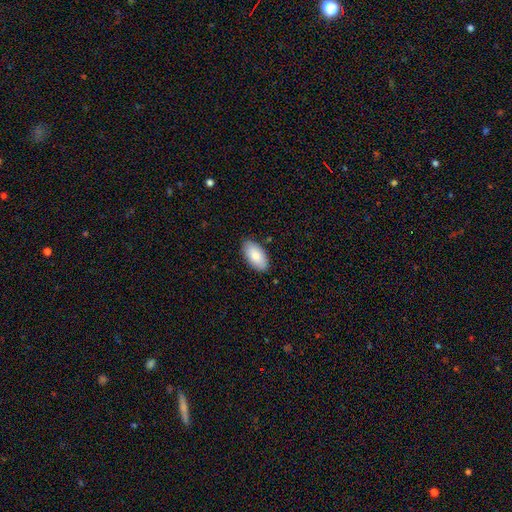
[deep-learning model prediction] Smooth or featured? smooth (82%)
How rounded? in between (95%)
Merging? none (87%)